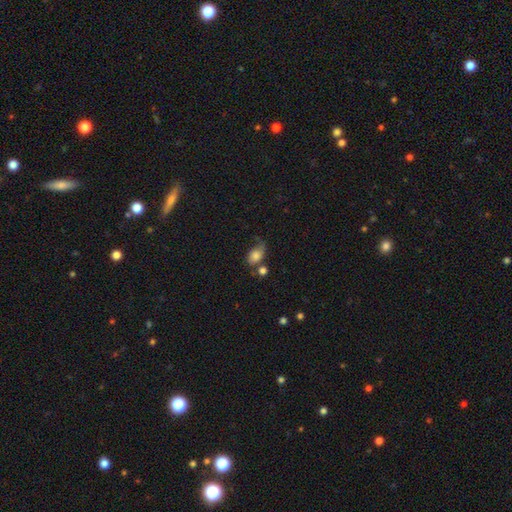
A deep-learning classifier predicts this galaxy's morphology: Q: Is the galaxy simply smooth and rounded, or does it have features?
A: smooth — 74%.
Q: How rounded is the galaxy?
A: in between — 82%.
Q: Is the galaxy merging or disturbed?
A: none — 36%.